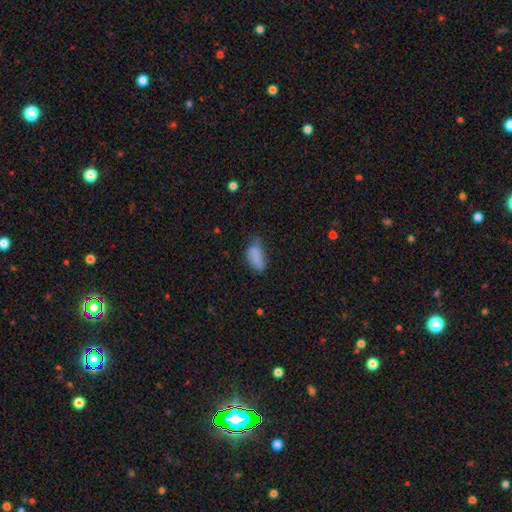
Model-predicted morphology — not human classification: smooth-or-featured: smooth: 78% | featured or disk: 12% | star or artifact: 10%
  how-rounded: in between: 88% | cigar-shaped: 9% | round: 3%
  merging: none: 42% | minor disturbance: 37% | major disturbance: 17% | merger: 4%